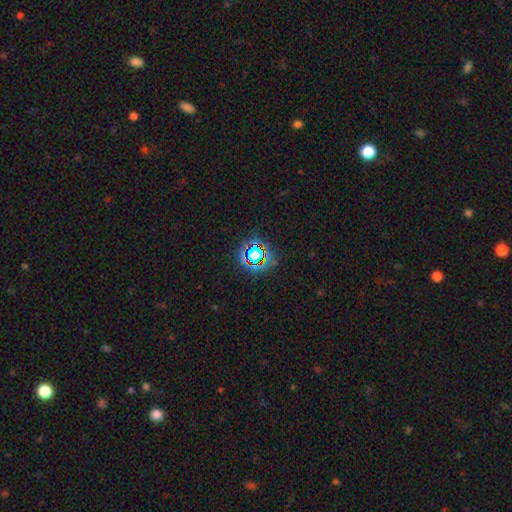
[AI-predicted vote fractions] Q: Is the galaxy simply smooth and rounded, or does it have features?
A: star or artifact — 68%.